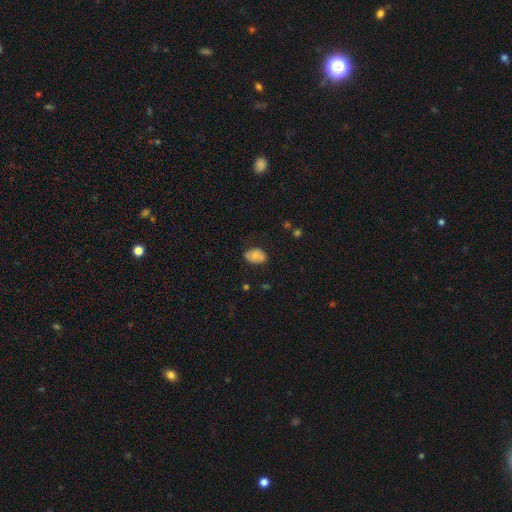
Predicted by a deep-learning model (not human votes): Smooth or featured: smooth — 65% (featured or disk — 27%)
How rounded: in between — 80% (round — 18%)
Merging: none — 65% (minor disturbance — 26%)